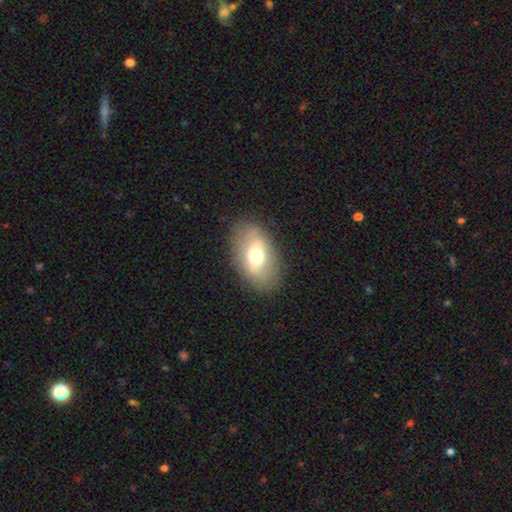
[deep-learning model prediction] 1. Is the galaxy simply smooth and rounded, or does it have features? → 63% smooth, 29% featured or disk, 8% star or artifact.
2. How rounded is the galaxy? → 89% in between, 9% round, 2% cigar-shaped.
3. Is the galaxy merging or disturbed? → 81% none, 13% minor disturbance, 5% major disturbance, 1% merger.